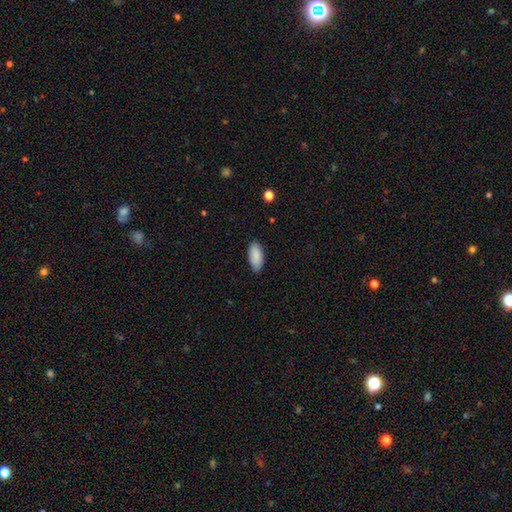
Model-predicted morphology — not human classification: Smooth or featured?
  - smooth: 89% *
  - star or artifact: 6%
  - featured or disk: 5%
How rounded?
  - in between: 88% *
  - cigar-shaped: 11%
  - round: 2%
Merging?
  - none: 86% *
  - minor disturbance: 11%
  - major disturbance: 2%
  - merger: 1%